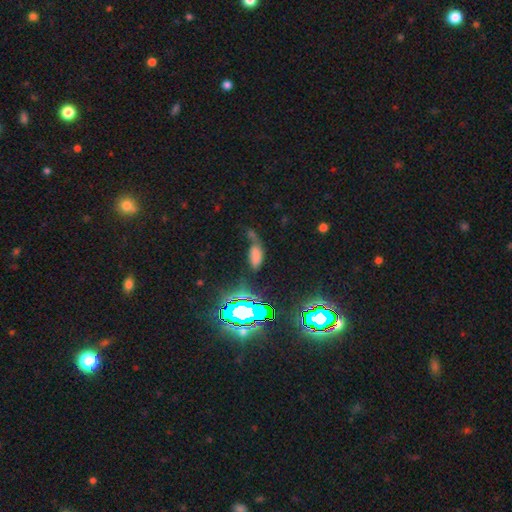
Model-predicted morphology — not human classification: Smooth or featured?
  - smooth: 59% *
  - star or artifact: 26%
  - featured or disk: 15%
How rounded?
  - in between: 84% *
  - cigar-shaped: 10%
  - round: 5%
Merging?
  - none: 37% *
  - minor disturbance: 25%
  - major disturbance: 23%
  - merger: 14%